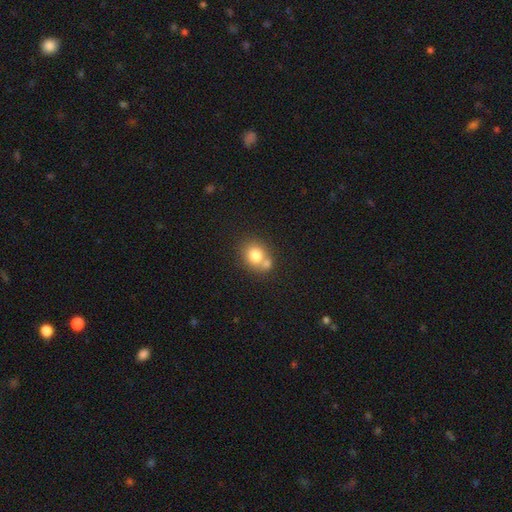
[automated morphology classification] Q: Smooth or featured?
A: smooth (77%); runner-up: featured or disk (13%)
Q: How rounded?
A: round (67%); runner-up: in between (32%)
Q: Merging?
A: none (45%); runner-up: merger (41%)